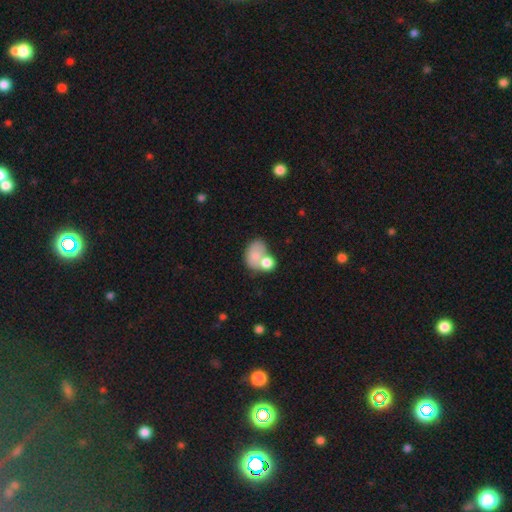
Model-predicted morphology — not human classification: Q: Smooth or featured?
A: smooth (70%); runner-up: featured or disk (21%)
Q: How rounded?
A: in between (69%); runner-up: round (30%)
Q: Merging?
A: merger (56%); runner-up: none (23%)